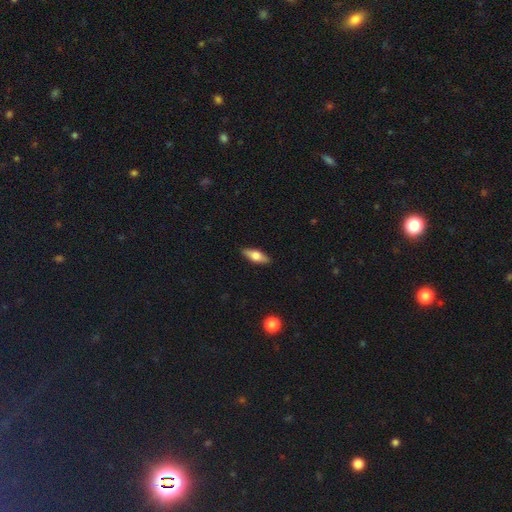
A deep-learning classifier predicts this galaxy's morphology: smooth-or-featured: smooth: 59% | featured or disk: 34% | star or artifact: 6%
  how-rounded: in between: 64% | cigar-shaped: 32% | round: 3%
  merging: none: 89% | minor disturbance: 8% | major disturbance: 2% | merger: 1%